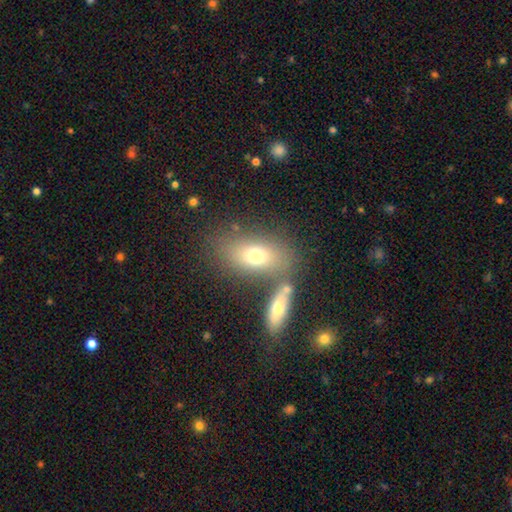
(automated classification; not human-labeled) Smooth or featured?
  - smooth: 70% *
  - featured or disk: 20%
  - star or artifact: 10%
How rounded?
  - in between: 83% *
  - round: 12%
  - cigar-shaped: 6%
Merging?
  - none: 55% *
  - merger: 27%
  - minor disturbance: 12%
  - major disturbance: 6%